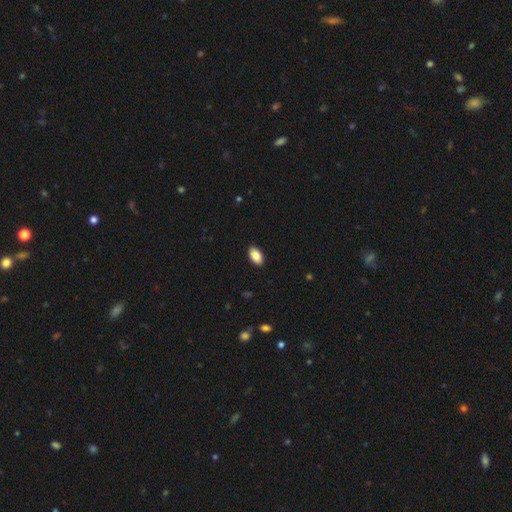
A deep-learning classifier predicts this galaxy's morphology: A smooth galaxy with no disk features (88%) that is in between round and cigar-shaped (94%). Merging: none (90%).